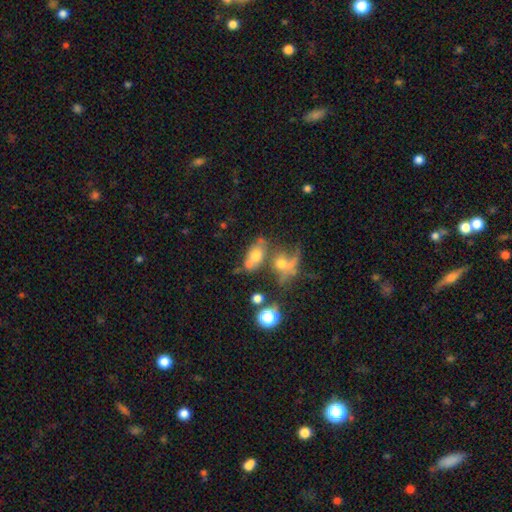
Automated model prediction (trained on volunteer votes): smooth-or-featured: smooth: 61% | featured or disk: 23% | star or artifact: 17%
  how-rounded: in between: 66% | round: 30% | cigar-shaped: 4%
  merging: merger: 46% | none: 32% | minor disturbance: 12% | major disturbance: 10%